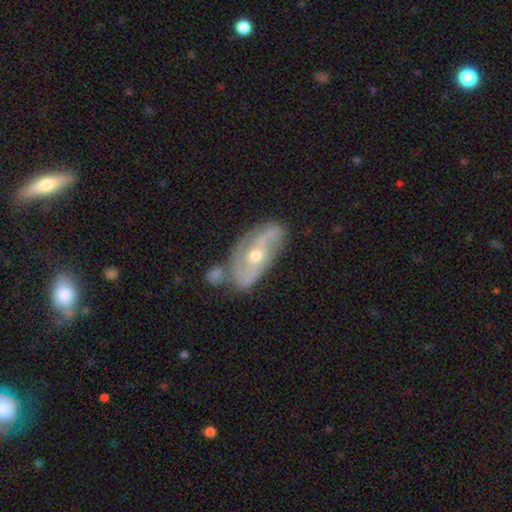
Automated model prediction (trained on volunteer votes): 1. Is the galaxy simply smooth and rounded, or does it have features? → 79% featured or disk, 15% smooth, 6% star or artifact.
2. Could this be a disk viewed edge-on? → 93% no, 7% yes.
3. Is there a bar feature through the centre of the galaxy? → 51% no, 32% weak, 17% strong.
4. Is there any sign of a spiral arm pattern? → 87% yes, 13% no.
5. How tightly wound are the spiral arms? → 41% medium, 36% loose, 23% tight.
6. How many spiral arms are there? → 78% 2, 11% can't tell, 5% 3, 3% 1, 2% 4, 1% more than 4.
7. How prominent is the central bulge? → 58% moderate, 38% small, 2% large, 1% none, 1% dominant.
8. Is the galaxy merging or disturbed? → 51% none, 23% minor disturbance, 16% merger, 10% major disturbance.